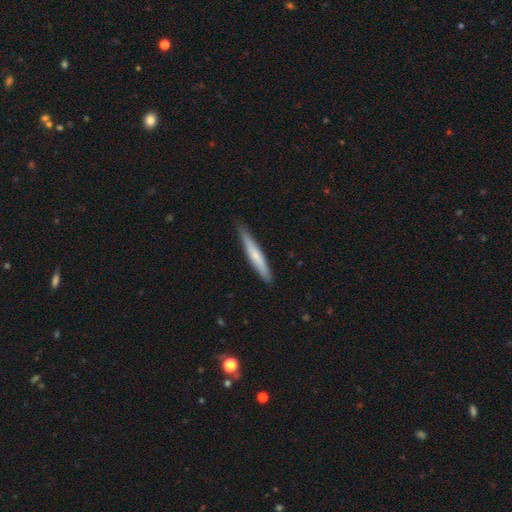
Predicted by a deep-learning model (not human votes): This is possibly a smooth galaxy (60%). How rounded: clearly cigar-shaped (94%). Merging: clearly none (86%).